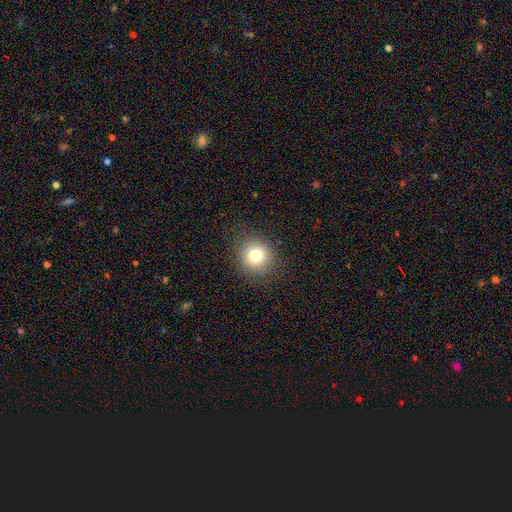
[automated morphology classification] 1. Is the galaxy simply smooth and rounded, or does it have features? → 78% smooth, 13% star or artifact, 9% featured or disk.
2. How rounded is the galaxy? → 89% round, 10% in between, 1% cigar-shaped.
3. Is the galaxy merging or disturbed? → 88% none, 8% minor disturbance, 3% major disturbance, 1% merger.